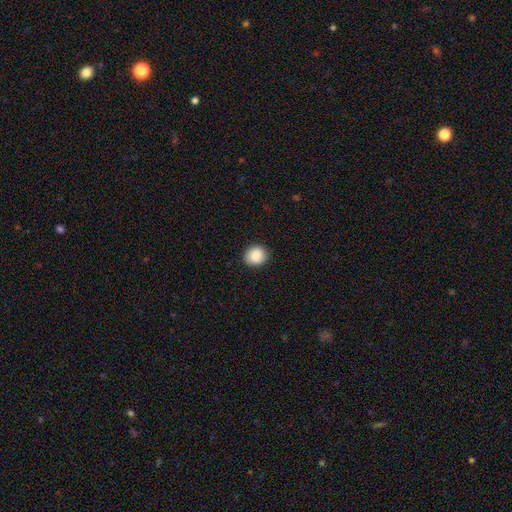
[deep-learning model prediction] A smooth galaxy with no disk features (88%) that is round (76%). Merging: none (90%).